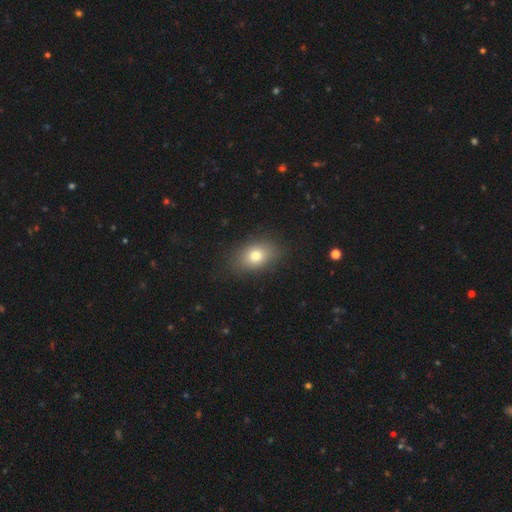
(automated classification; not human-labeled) Smooth or featured?
  - smooth: 77% *
  - featured or disk: 12%
  - star or artifact: 11%
How rounded?
  - in between: 73% *
  - round: 25%
  - cigar-shaped: 2%
Merging?
  - none: 85% *
  - minor disturbance: 10%
  - major disturbance: 4%
  - merger: 1%